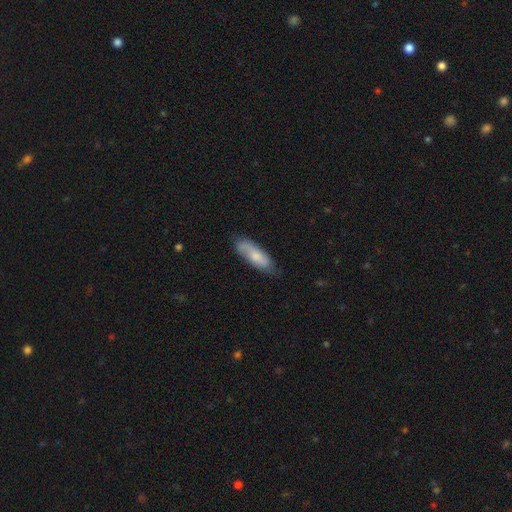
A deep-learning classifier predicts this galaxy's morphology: Overall: smooth (62%; featured or disk 32%). How rounded: in between (60%; cigar-shaped 38%). Merging: none (68%).